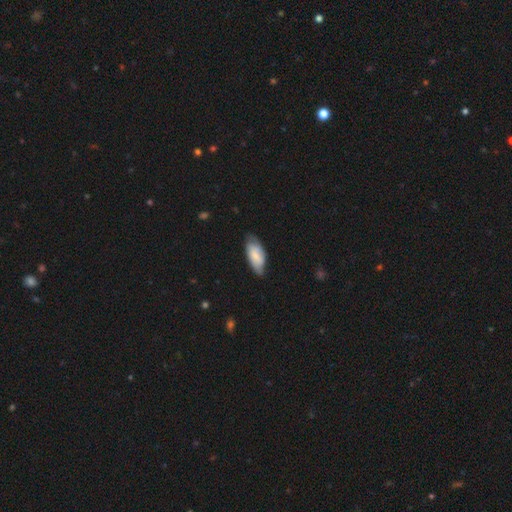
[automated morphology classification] This is likely a smooth galaxy (63%). How rounded: clearly in between (89%). Merging: likely none (63%).